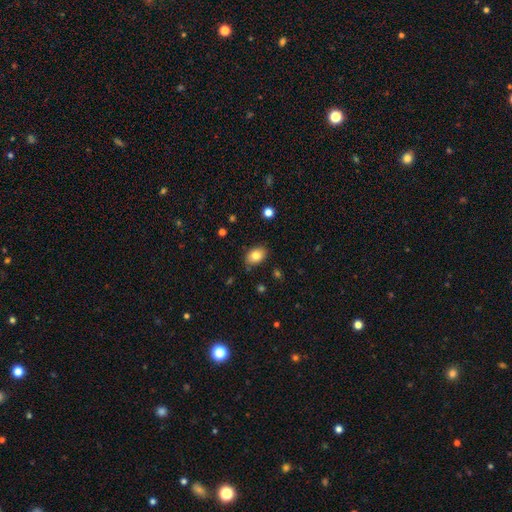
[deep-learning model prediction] Smooth or featured? smooth (82%)
How rounded? in between (77%)
Merging? none (81%)